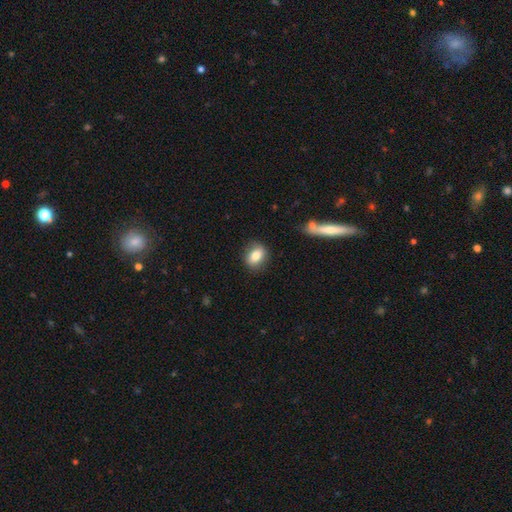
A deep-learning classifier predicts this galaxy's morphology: This is clearly a smooth galaxy (80%). How rounded: possibly in between (58%). Merging: clearly none (84%).